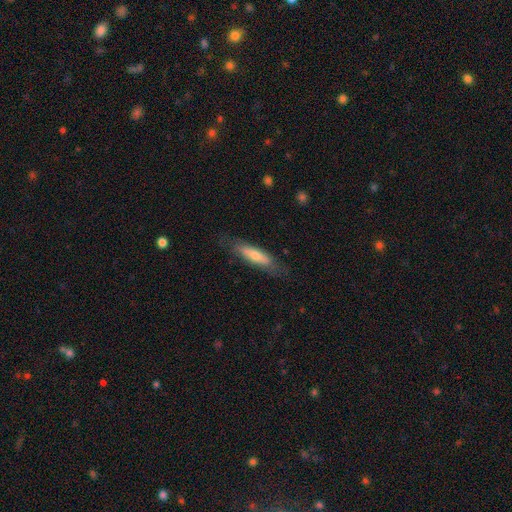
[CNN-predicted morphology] This appears to be a smooth galaxy with no disk features (57%) that is cigar-shaped (71%). Merging: none (77%).